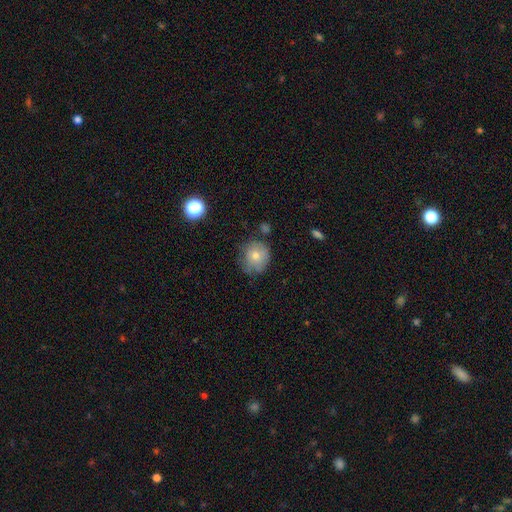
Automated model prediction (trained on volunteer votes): smooth 65%, featured or disk 22%, star or artifact 12%. Down the decision tree: how rounded — round (85%); merging — none (66%).